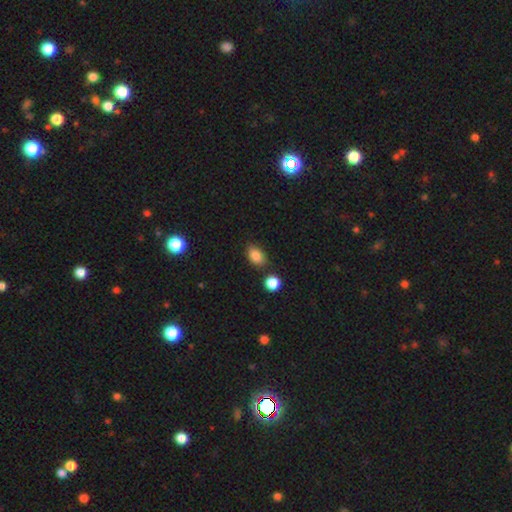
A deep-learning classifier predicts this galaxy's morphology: A smooth galaxy with no disk features (85%) that is in between round and cigar-shaped (83%).

Vote fractions:
- Smooth or featured? smooth: 85% / star or artifact: 10% / featured or disk: 5%
- How rounded? in between: 83% / round: 15% / cigar-shaped: 2%
- Merging? none: 77% / minor disturbance: 14% / merger: 6% / major disturbance: 3%